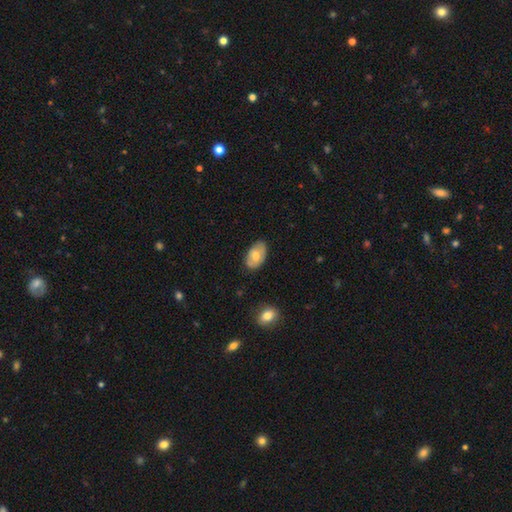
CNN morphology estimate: smooth 60%, featured or disk 33%, star or artifact 6%. Down the decision tree: how rounded — in between (91%); merging — none (75%).